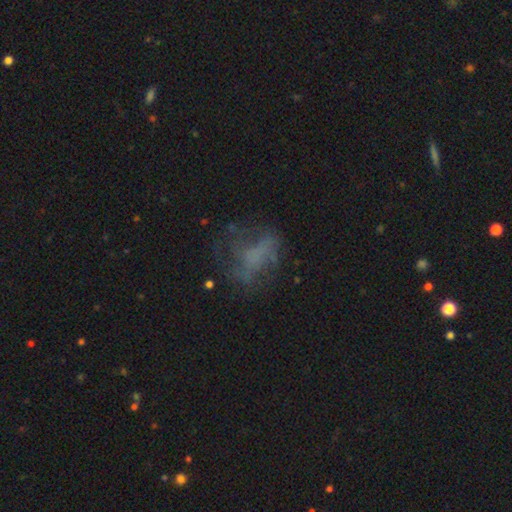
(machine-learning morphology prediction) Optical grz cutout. It shows a featured or disk galaxy (45%). Merging: none (50%).